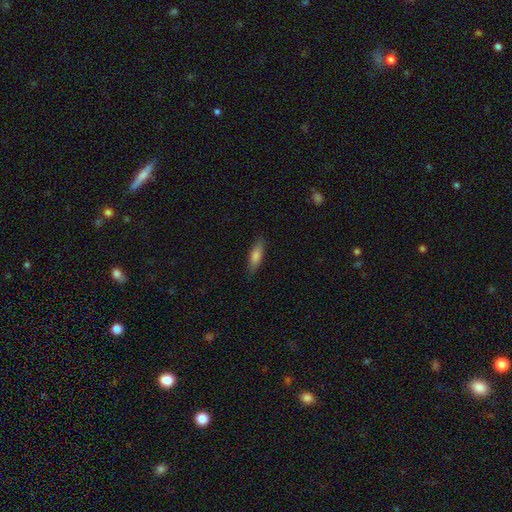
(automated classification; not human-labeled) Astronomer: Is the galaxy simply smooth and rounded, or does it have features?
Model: smooth — 78%.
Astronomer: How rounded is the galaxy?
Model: in between — 50% (runner-up: cigar-shaped, 48%).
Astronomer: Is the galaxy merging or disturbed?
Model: none — 86%.